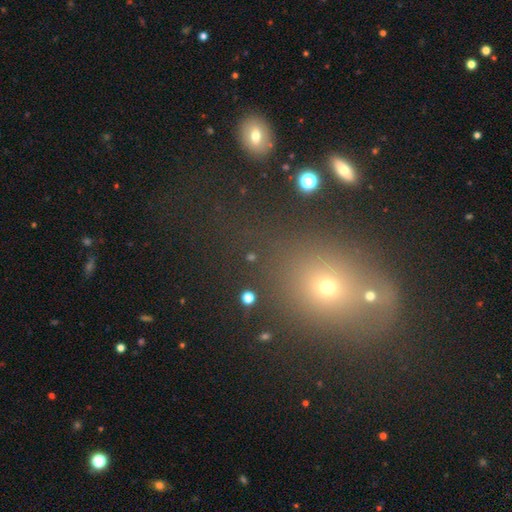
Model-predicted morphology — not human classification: Smooth or featured?
  - smooth: 50% *
  - star or artifact: 36%
  - featured or disk: 14%
How rounded?
  - round: 57% *
  - in between: 41%
  - cigar-shaped: 2%
Merging?
  - none: 60% *
  - minor disturbance: 15%
  - merger: 14%
  - major disturbance: 11%